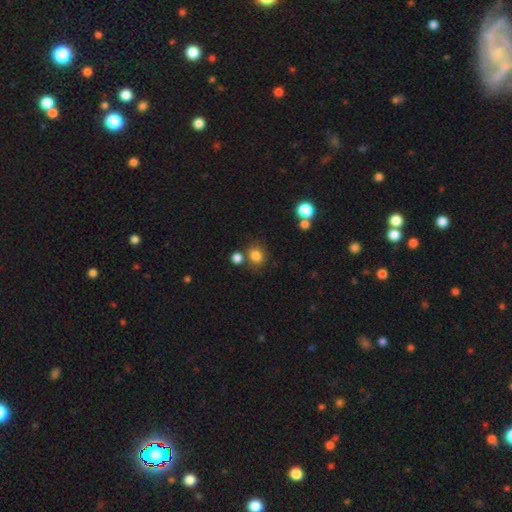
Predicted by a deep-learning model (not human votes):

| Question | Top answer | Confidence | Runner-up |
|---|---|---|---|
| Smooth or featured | smooth | 82% | star or artifact (12%) |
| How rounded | round | 60% | in between (39%) |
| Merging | none | 67% | merger (15%) |